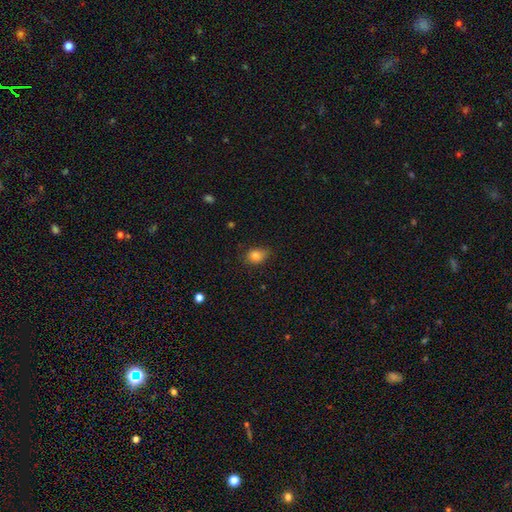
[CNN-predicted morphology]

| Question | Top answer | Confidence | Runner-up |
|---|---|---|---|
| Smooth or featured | smooth | 82% | star or artifact (10%) |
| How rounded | in between | 66% | round (32%) |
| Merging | none | 71% | minor disturbance (23%) |